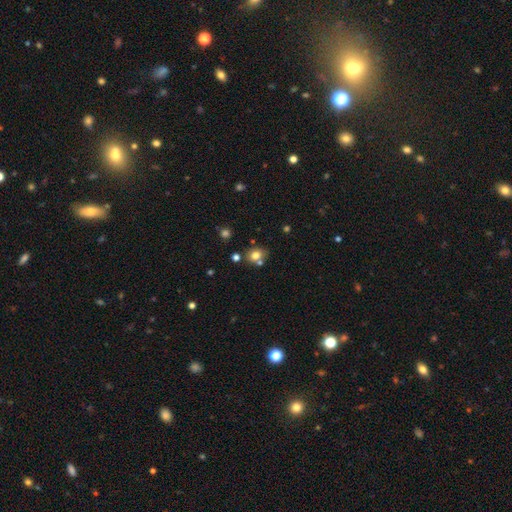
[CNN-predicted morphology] Overall: smooth (75%). How rounded: round (60%; in between 39%). Merging: none (64%).